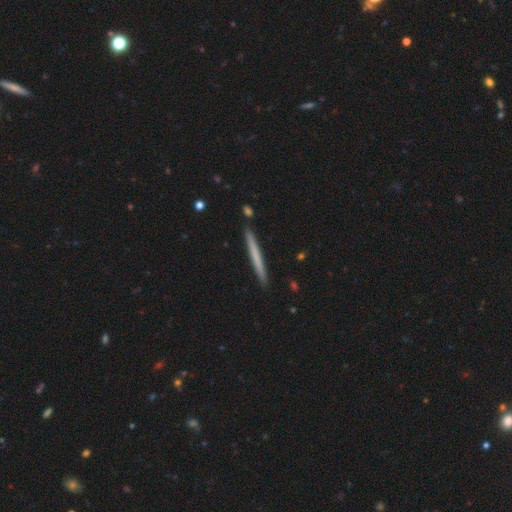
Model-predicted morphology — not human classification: Smooth or featured? Predicted: smooth (p=0.59). How rounded? Predicted: cigar-shaped (p=0.97). Merging? Predicted: none (p=0.90).